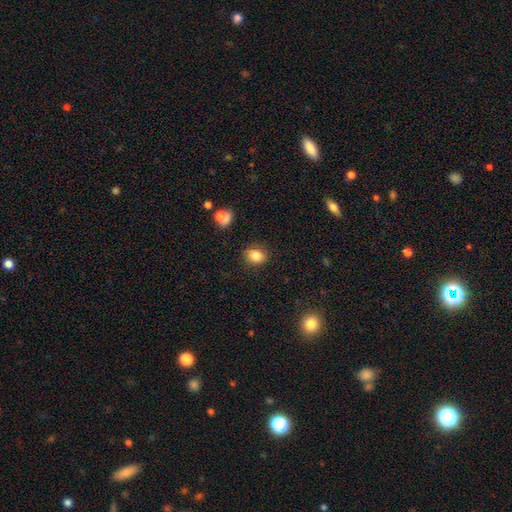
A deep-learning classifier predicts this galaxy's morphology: type=smooth (83%); roundness=in between (51%); merging=none (84%).